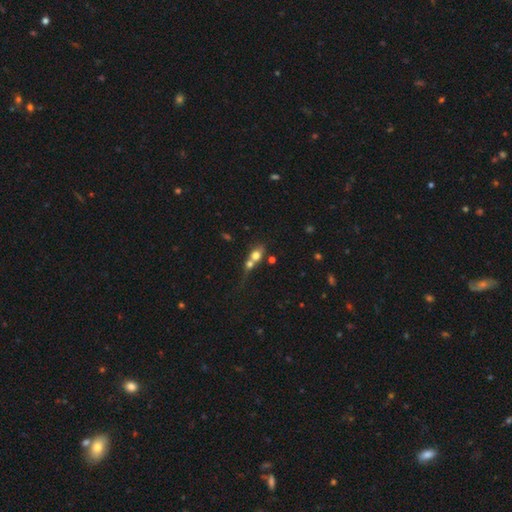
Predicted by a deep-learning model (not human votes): This is likely a smooth galaxy (67%). How rounded: possibly round (50%). Merging: likely merger (67%).